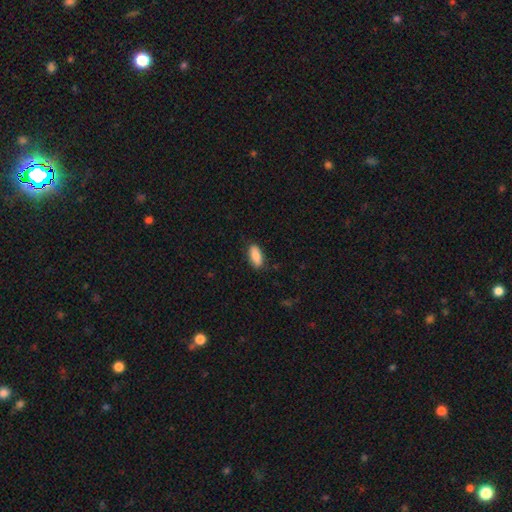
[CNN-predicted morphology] Q: Smooth or featured?
A: smooth (87%); runner-up: featured or disk (7%)
Q: How rounded?
A: in between (87%); runner-up: cigar-shaped (11%)
Q: Merging?
A: none (87%); runner-up: minor disturbance (10%)